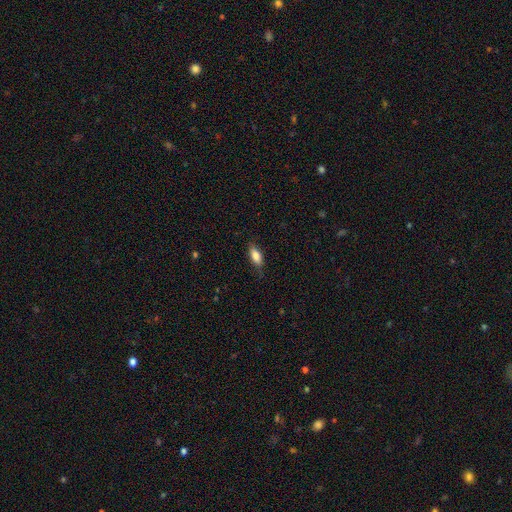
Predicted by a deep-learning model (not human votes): A smooth galaxy with no disk features (79%) that is in between round and cigar-shaped (78%). Merging: none (76%).